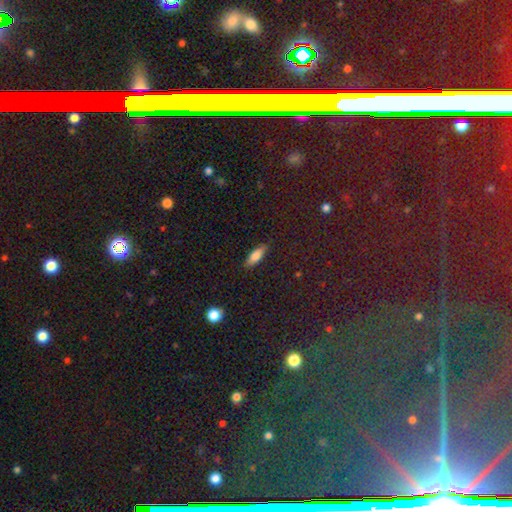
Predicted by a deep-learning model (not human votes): Smooth or featured? smooth (76%)
How rounded? in between (49%)
Merging? none (87%)